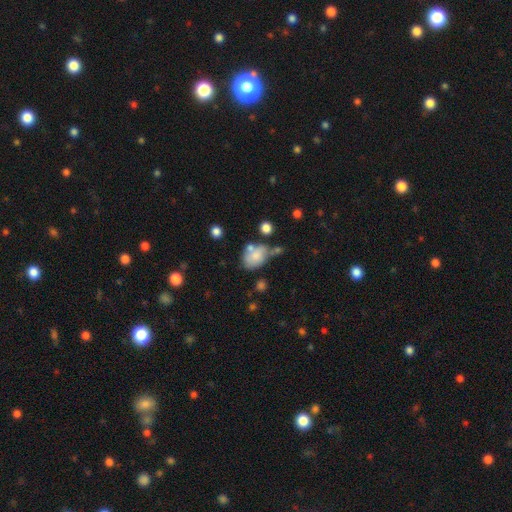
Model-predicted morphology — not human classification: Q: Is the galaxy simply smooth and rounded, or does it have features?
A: smooth — 73%.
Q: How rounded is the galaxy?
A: in between — 72%.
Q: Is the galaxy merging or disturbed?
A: none — 38%.